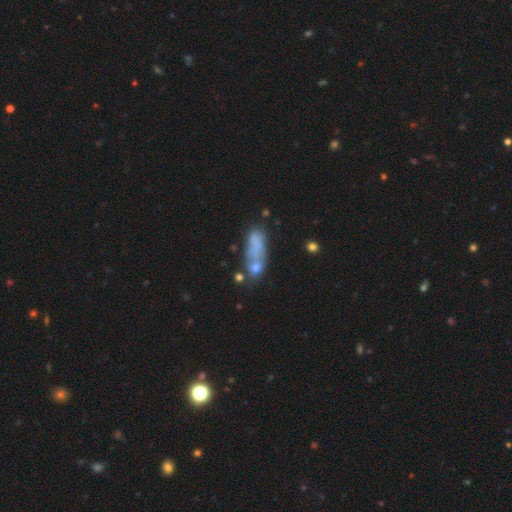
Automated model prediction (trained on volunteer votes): smooth-or-featured: smooth: 52% | featured or disk: 31% | star or artifact: 17%
  how-rounded: in between: 51% | cigar-shaped: 41% | round: 7%
  merging: none: 38% | merger: 28% | minor disturbance: 18% | major disturbance: 16%